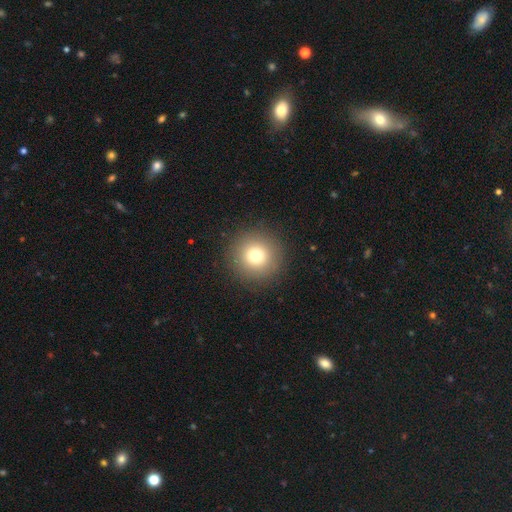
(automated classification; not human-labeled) Overall: smooth (76%). How rounded: round (96%). Merging: none (91%).